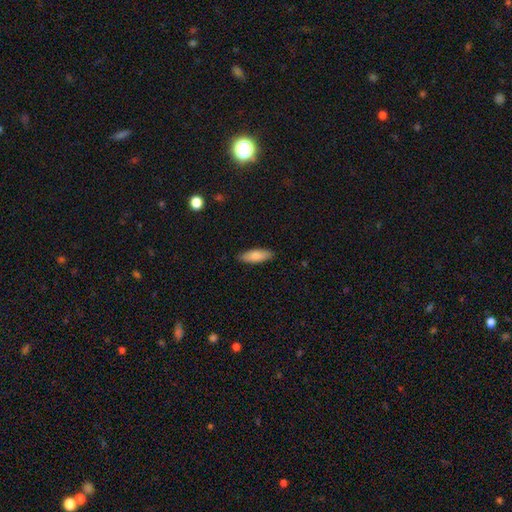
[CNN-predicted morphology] This appears to be a smooth galaxy with no disk features (84%) that is in between round and cigar-shaped (63%). Merging: none (87%).